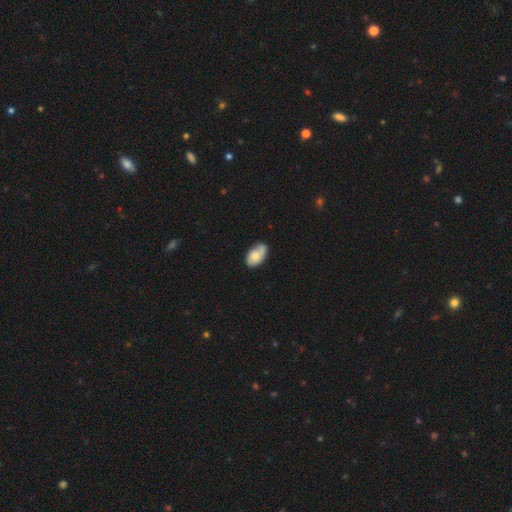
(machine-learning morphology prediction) smooth-or-featured: smooth: 62% | featured or disk: 31% | star or artifact: 7%
  how-rounded: in between: 92% | round: 7% | cigar-shaped: 2%
  merging: none: 60% | minor disturbance: 28% | major disturbance: 7% | merger: 4%